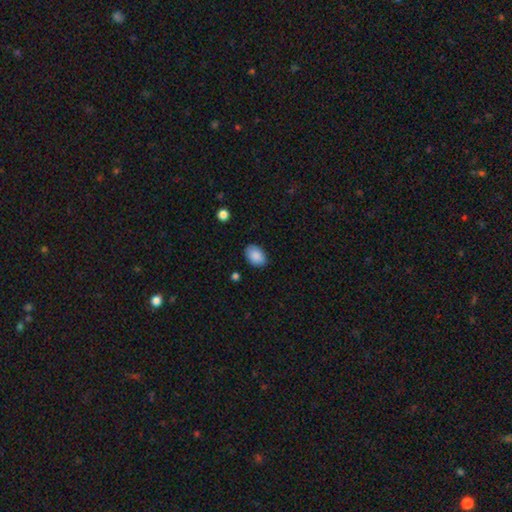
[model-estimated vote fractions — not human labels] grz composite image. It shows a smooth galaxy with no disk features (88%) that is in between round and cigar-shaped (83%). Merging: none (85%).